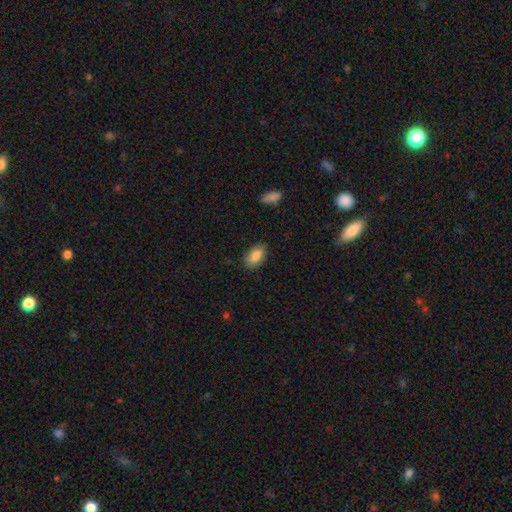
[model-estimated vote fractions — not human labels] Overall: smooth (85%). How rounded: in between (92%). Merging: none (83%).